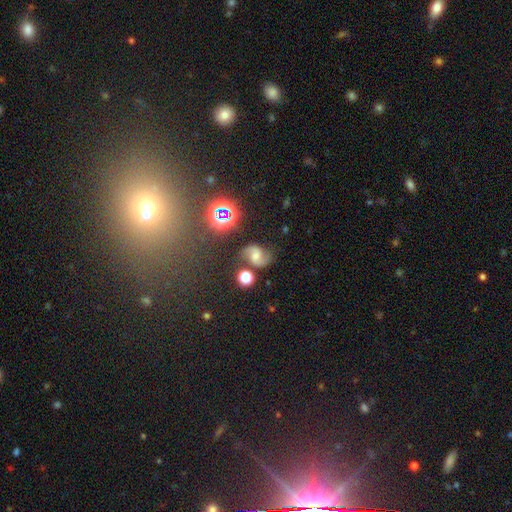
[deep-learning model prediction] Overall: featured or disk (68%). Edge-on disk: no (98%). Bar: no (51%; weak 39%). Spiral arms: yes (93%). Spiral arm count: 2 (91%). Spiral winding: medium (44%; loose 43%). Bulge size: moderate (52%; small 31%). Merging: none (71%).